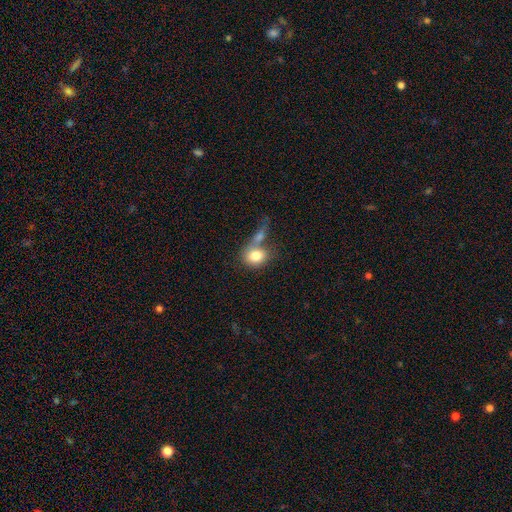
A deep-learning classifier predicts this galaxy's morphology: Smooth or featured? smooth (80%)
How rounded? round (57%)
Merging? merger (48%)